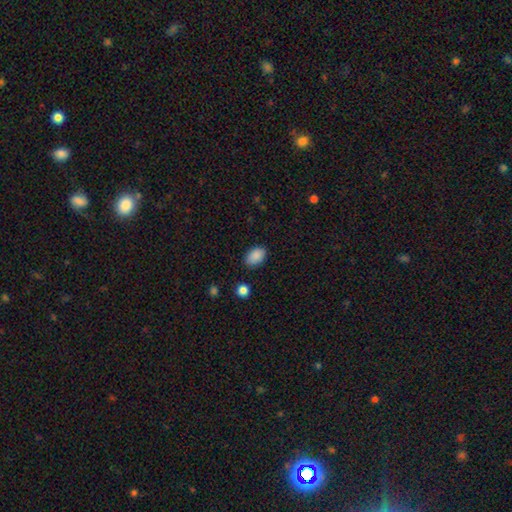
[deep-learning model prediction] smooth-or-featured: smooth: 89% | star or artifact: 8% | featured or disk: 3%
  how-rounded: in between: 87% | round: 12% | cigar-shaped: 1%
  merging: none: 85% | minor disturbance: 11% | major disturbance: 3% | merger: 1%